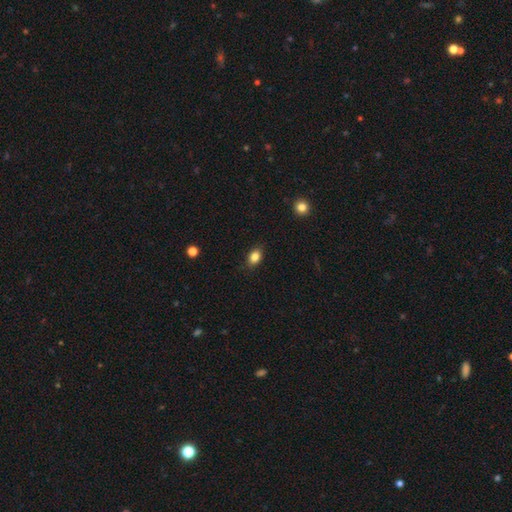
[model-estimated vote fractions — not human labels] Morphology: type=smooth (84%); roundness=in between (77%); merging=none (85%).